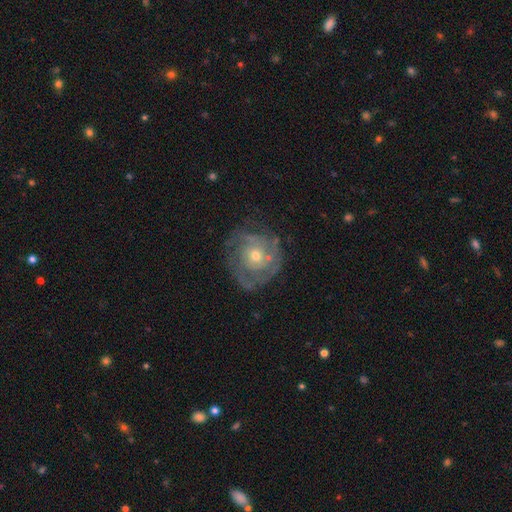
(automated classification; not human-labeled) Morphology: type=featured or disk (74%); edge-on=no (97%); bar=no (84%); spiral arms=yes (77%); winding=tight (63%); arm count=can't tell (45%); bulge=moderate (52%); merging=none (65%).